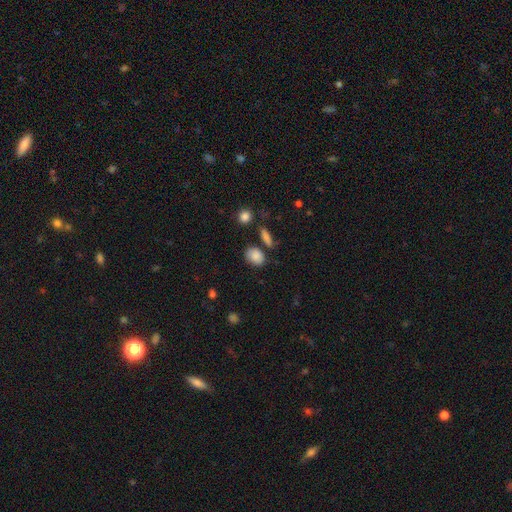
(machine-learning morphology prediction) Smooth or featured? smooth (85%)
How rounded? in between (72%)
Merging? none (73%)